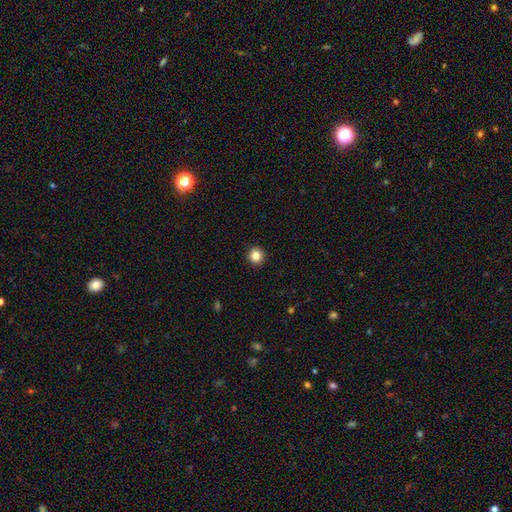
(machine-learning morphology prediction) type=smooth (85%); roundness=round (94%); merging=none (93%).